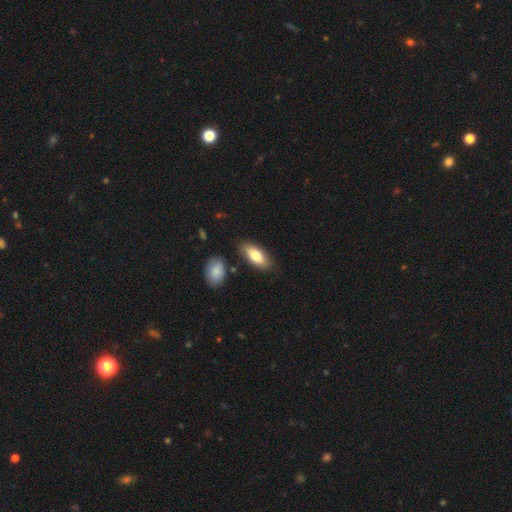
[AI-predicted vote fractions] Smooth or featured?
  - smooth: 76% *
  - featured or disk: 18%
  - star or artifact: 6%
How rounded?
  - in between: 87% *
  - cigar-shaped: 10%
  - round: 3%
Merging?
  - none: 81% *
  - minor disturbance: 12%
  - merger: 5%
  - major disturbance: 3%